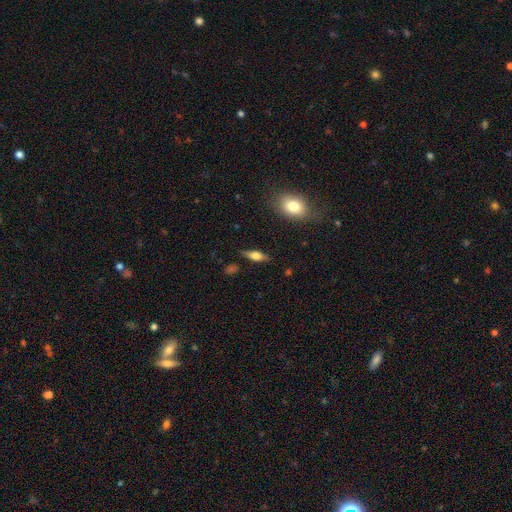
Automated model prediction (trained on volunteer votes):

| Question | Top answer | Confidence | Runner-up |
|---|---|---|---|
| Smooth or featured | smooth | 54% | featured or disk (38%) |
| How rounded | in between | 62% | cigar-shaped (33%) |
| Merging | none | 82% | minor disturbance (13%) |